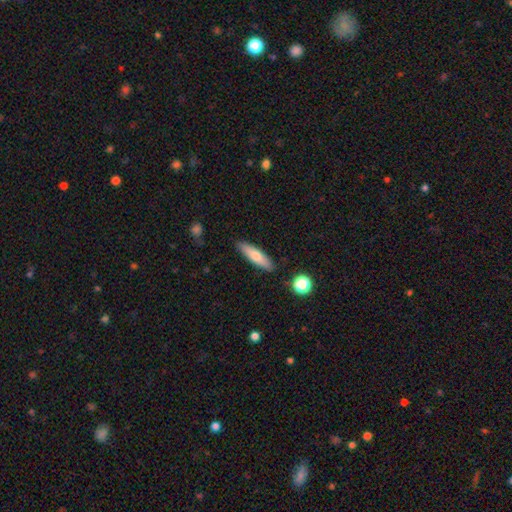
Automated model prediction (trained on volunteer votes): Smooth or featured?
  - smooth: 69% *
  - featured or disk: 25%
  - star or artifact: 7%
How rounded?
  - cigar-shaped: 68% *
  - in between: 29%
  - round: 2%
Merging?
  - none: 87% *
  - minor disturbance: 9%
  - major disturbance: 2%
  - merger: 2%